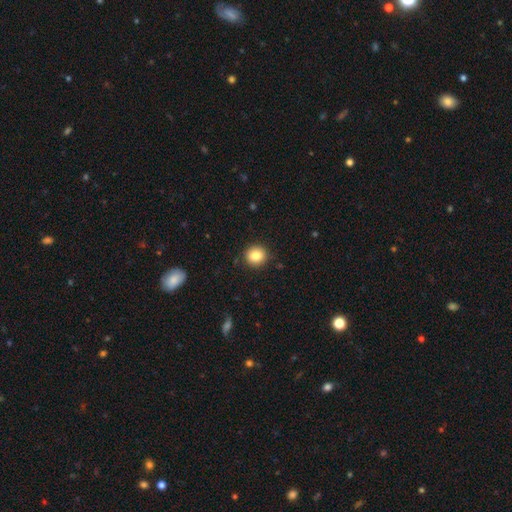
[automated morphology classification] smooth_or_featured: smooth (p=0.84) [alt: star or artifact p=0.10]
how_rounded: round (p=0.88) [alt: in between p=0.11]
merging: none (p=0.90) [alt: minor disturbance p=0.07]